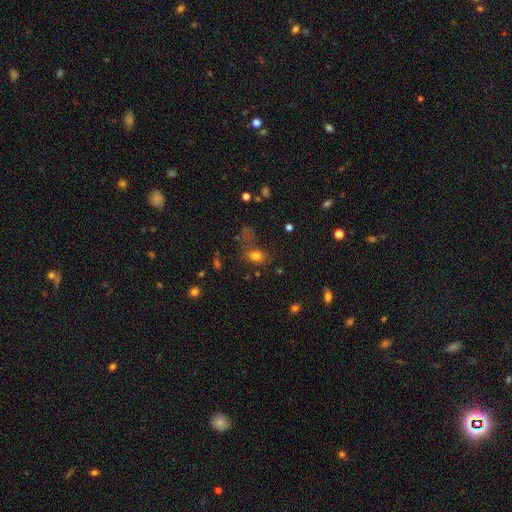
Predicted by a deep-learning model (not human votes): A smooth galaxy with no disk features (75%) that is in between round and cigar-shaped (64%).

Vote fractions:
- Smooth or featured? smooth: 75% / star or artifact: 15% / featured or disk: 9%
- How rounded? in between: 64% / round: 34% / cigar-shaped: 2%
- Merging? none: 52% / minor disturbance: 20% / major disturbance: 19% / merger: 9%